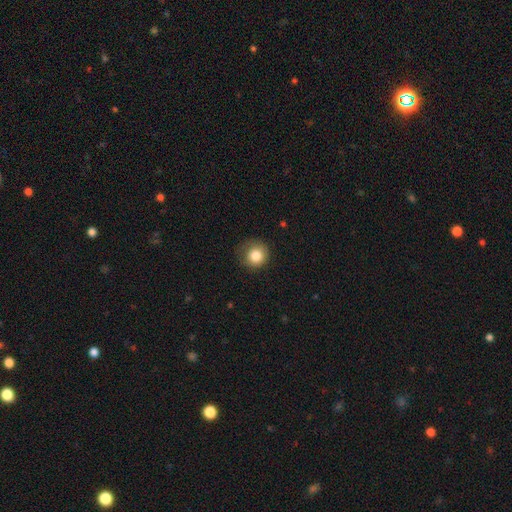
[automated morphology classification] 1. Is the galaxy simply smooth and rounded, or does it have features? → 83% smooth, 10% star or artifact, 7% featured or disk.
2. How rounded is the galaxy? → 91% round, 8% in between, 1% cigar-shaped.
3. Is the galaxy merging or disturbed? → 75% none, 18% minor disturbance, 6% major disturbance, 1% merger.